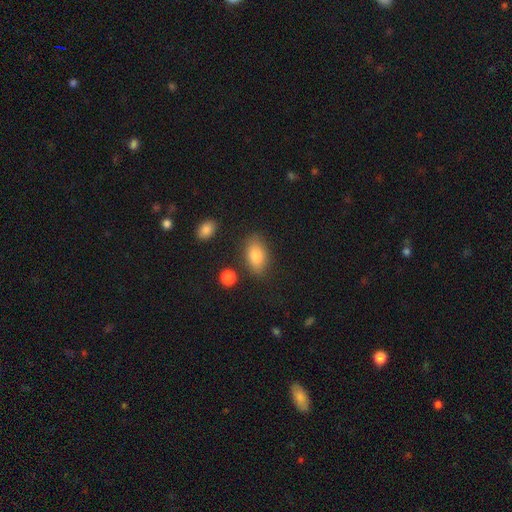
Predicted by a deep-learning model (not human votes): smooth 83%, featured or disk 9%, star or artifact 8%. Down the decision tree: how rounded — in between (90%); merging — none (78%).